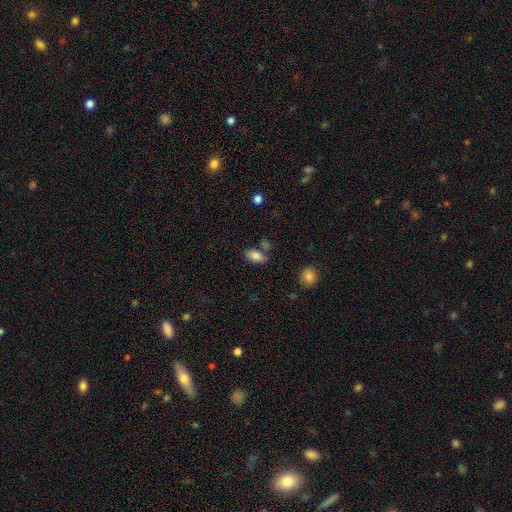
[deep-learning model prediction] smooth 82%, featured or disk 10%, star or artifact 8%. Down the decision tree: how rounded — in between (90%); merging — none (73%).